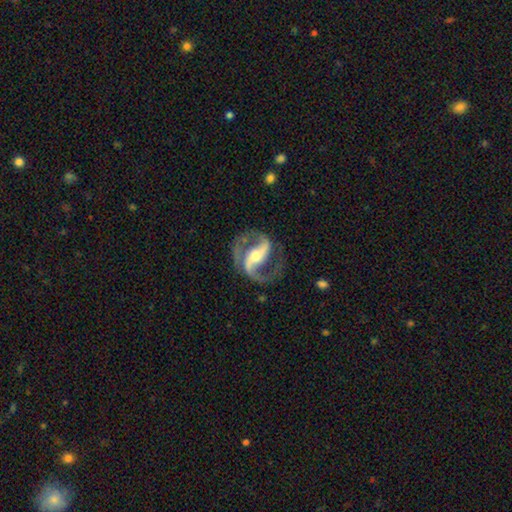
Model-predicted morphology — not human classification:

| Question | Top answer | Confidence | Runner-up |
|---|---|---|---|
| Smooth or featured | featured or disk | 92% | smooth (4%) |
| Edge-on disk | no | 97% | yes (3%) |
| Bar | strong | 56% | weak (28%) |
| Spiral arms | yes | 97% | no (3%) |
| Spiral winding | medium | 54% | loose (33%) |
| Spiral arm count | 2 | 92% | 1 (3%) |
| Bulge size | moderate | 58% | small (33%) |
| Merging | none | 75% | minor disturbance (14%) |